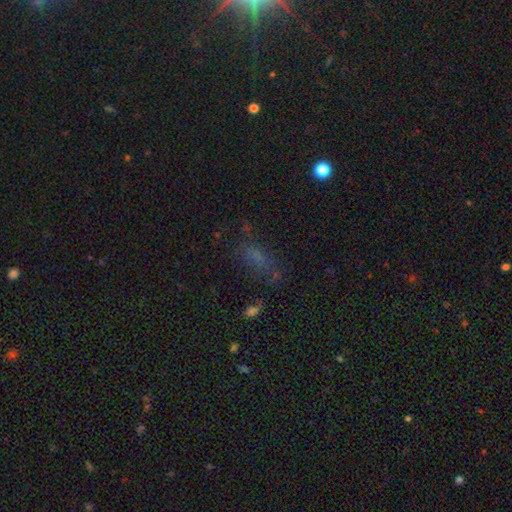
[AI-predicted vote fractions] A smooth galaxy with no disk features (44%). Merging: none (61%).